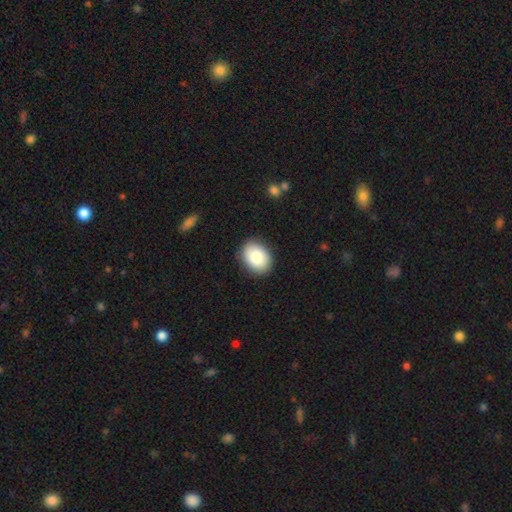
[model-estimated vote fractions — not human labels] Morphology: type=smooth (87%); roundness=in between (69%); merging=none (87%).